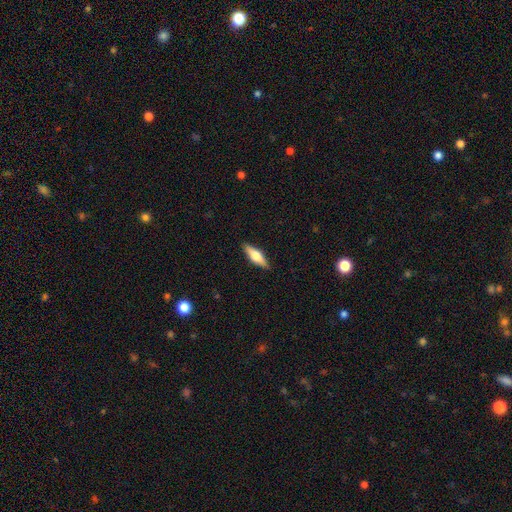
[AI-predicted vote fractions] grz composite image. It shows a smooth galaxy with no disk features (48%). Merging: none (89%).